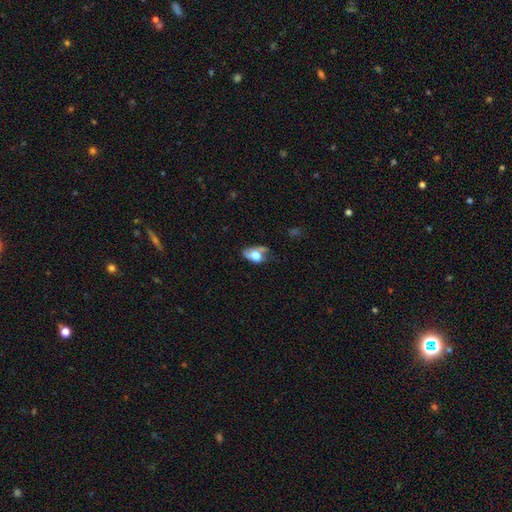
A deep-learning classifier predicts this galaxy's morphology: smooth_or_featured: smooth (p=0.55) [alt: featured or disk p=0.36]
how_rounded: in between (p=0.81) [alt: round p=0.15]
merging: none (p=0.32) [alt: major disturbance p=0.31]